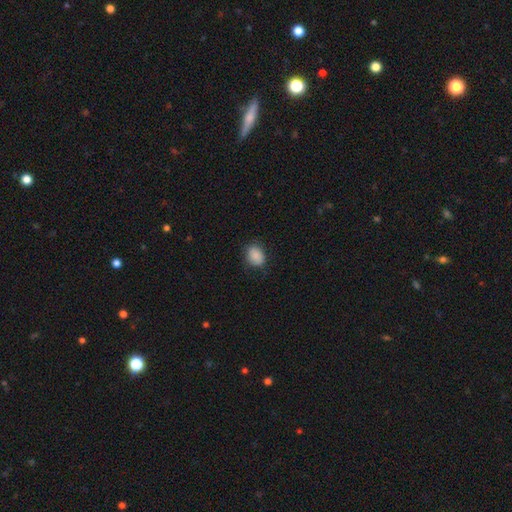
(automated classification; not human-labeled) A smooth galaxy with no disk features (88%) that is in between round and cigar-shaped (66%). Merging: none (78%).